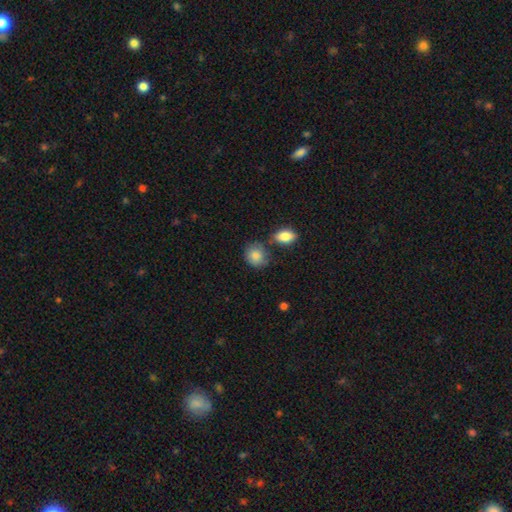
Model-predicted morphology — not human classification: A smooth galaxy with no disk features (86%) that is round (66%). Merging: none (63%).